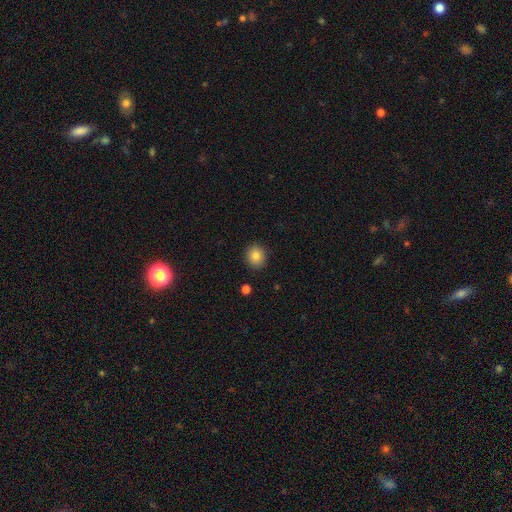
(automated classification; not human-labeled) Smooth or featured? Predicted: smooth (p=0.85). How rounded? Predicted: round (p=0.84). Merging? Predicted: none (p=0.90).